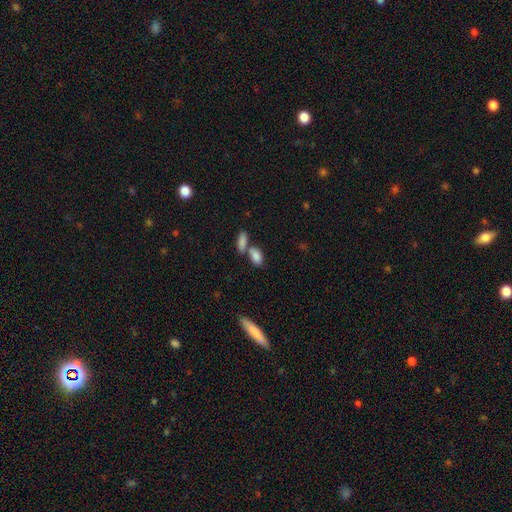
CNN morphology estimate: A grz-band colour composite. It shows a smooth galaxy with no disk features (84%) that is in between round and cigar-shaped (90%). Merging: merger (45%).